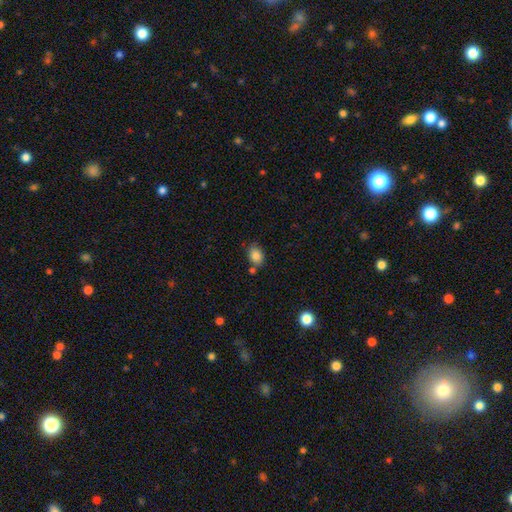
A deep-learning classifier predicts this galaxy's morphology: Smooth or featured?
  - smooth: 85% *
  - star or artifact: 9%
  - featured or disk: 6%
How rounded?
  - in between: 67% *
  - round: 32%
  - cigar-shaped: 1%
Merging?
  - none: 71% *
  - minor disturbance: 15%
  - merger: 11%
  - major disturbance: 4%